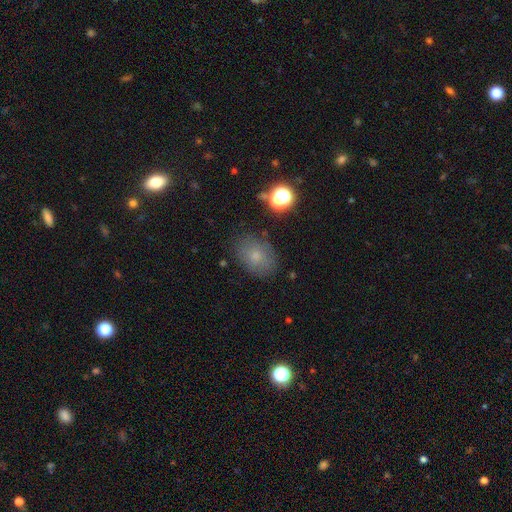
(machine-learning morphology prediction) smooth-or-featured: smooth: 73% | featured or disk: 14% | star or artifact: 14%
  how-rounded: in between: 73% | round: 26% | cigar-shaped: 1%
  merging: none: 77% | minor disturbance: 16% | major disturbance: 5% | merger: 2%